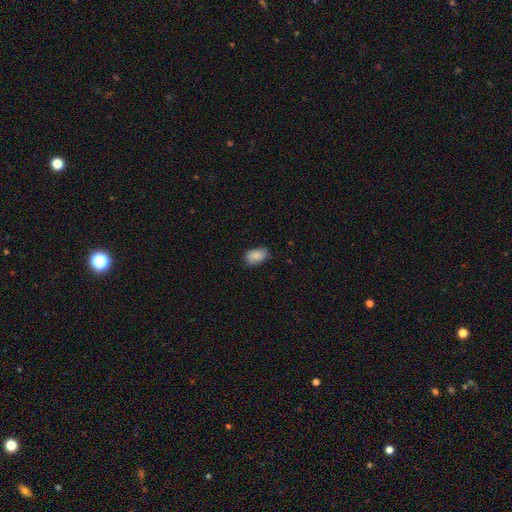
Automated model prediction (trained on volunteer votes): Smooth or featured: smooth — 88% (star or artifact — 7%)
How rounded: in between — 91% (round — 8%)
Merging: none — 80% (minor disturbance — 16%)